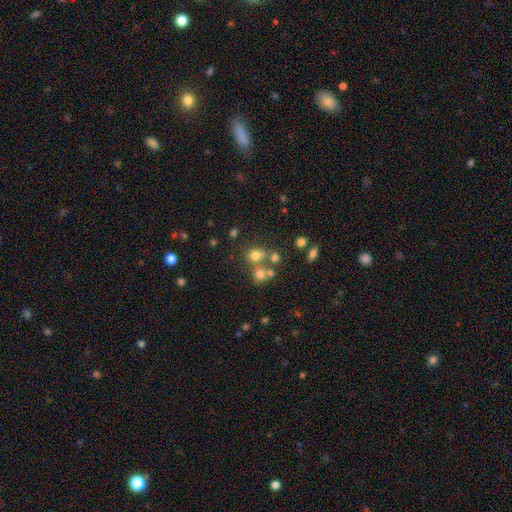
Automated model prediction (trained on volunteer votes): Smooth or featured? Predicted: smooth (p=0.66). How rounded? Predicted: round (p=0.80). Merging? Predicted: none (p=0.52).